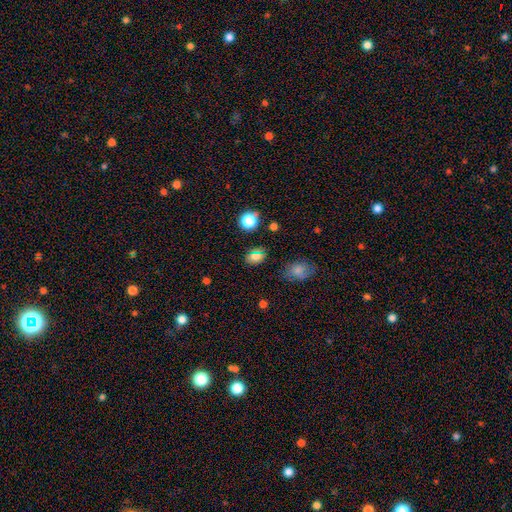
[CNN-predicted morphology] Q: Smooth or featured?
A: smooth (70%); runner-up: star or artifact (22%)
Q: How rounded?
A: in between (68%); runner-up: round (30%)
Q: Merging?
A: none (82%); runner-up: minor disturbance (12%)